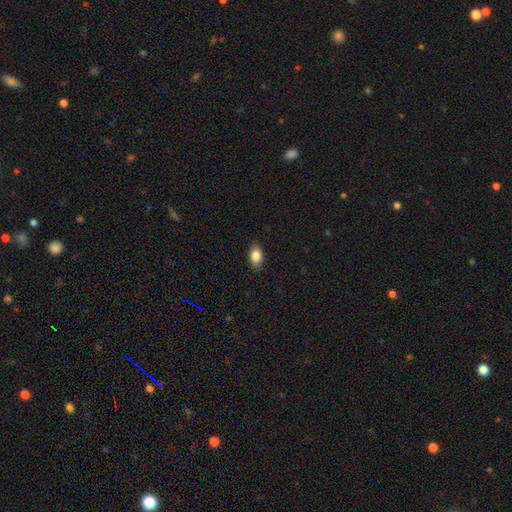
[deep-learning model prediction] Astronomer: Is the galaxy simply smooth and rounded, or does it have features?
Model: smooth — 84%.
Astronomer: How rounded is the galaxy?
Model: in between — 88%.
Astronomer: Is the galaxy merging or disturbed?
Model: none — 87%.